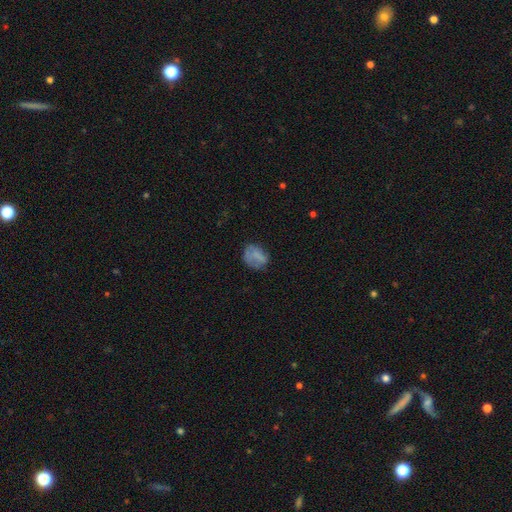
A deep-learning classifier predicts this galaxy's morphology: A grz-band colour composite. It shows a smooth galaxy with no disk features (69%) that is in between round and cigar-shaped (53%). Merging: none (53%).